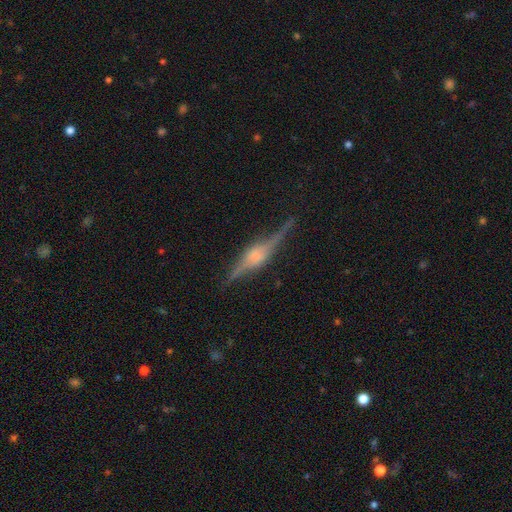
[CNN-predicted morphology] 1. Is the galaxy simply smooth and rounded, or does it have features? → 83% featured or disk, 10% smooth, 7% star or artifact.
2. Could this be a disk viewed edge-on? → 96% yes, 4% no.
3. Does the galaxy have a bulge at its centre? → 69% rounded, 27% boxy, 4% none.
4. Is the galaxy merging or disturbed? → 83% none, 13% minor disturbance, 3% major disturbance, 1% merger.